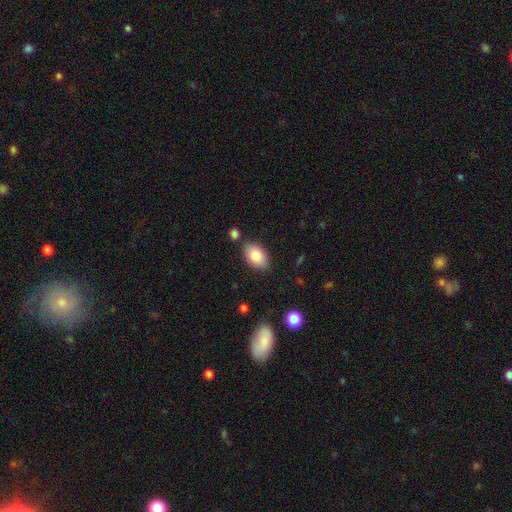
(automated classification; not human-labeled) The model was most divided on "merging": none: 80%, minor disturbance: 13%, merger: 5%, major disturbance: 3%. More confident: how rounded — in between (92%); smooth or featured — smooth (83%).